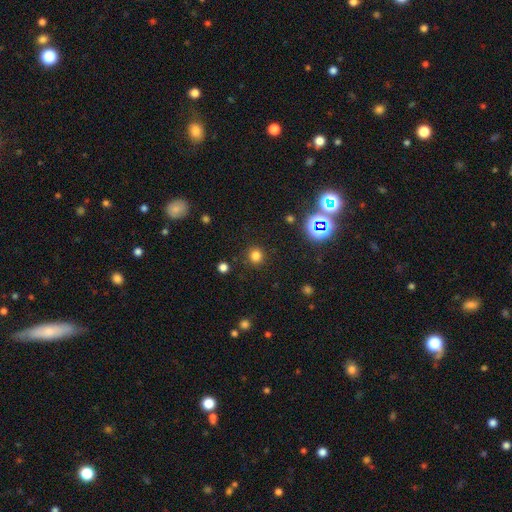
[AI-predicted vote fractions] Smooth or featured? smooth (76%)
How rounded? round (91%)
Merging? none (89%)